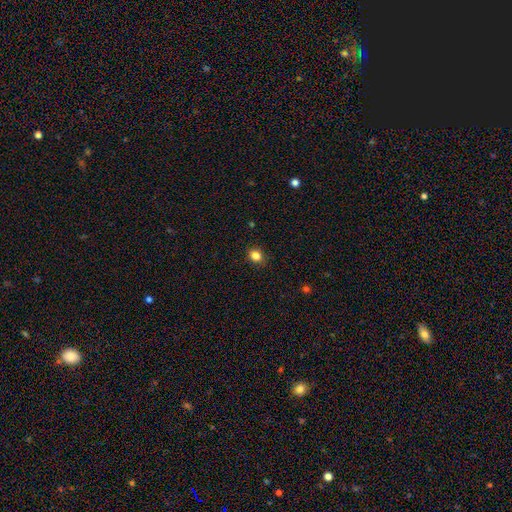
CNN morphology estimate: The model was most divided on "how rounded": round: 70%, in between: 29%, cigar-shaped: 1%. More confident: merging — none (88%); smooth or featured — smooth (84%).